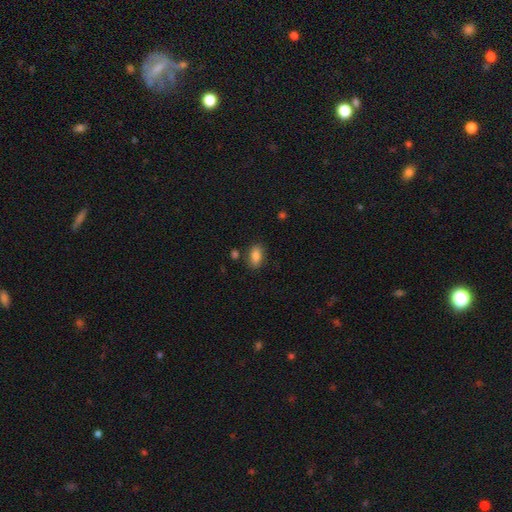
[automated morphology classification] A smooth galaxy with no disk features (84%) that is in between round and cigar-shaped (89%).

Vote fractions:
- Smooth or featured? smooth: 84% / star or artifact: 9% / featured or disk: 8%
- How rounded? in between: 89% / round: 7% / cigar-shaped: 5%
- Merging? none: 80% / minor disturbance: 12% / merger: 5% / major disturbance: 3%